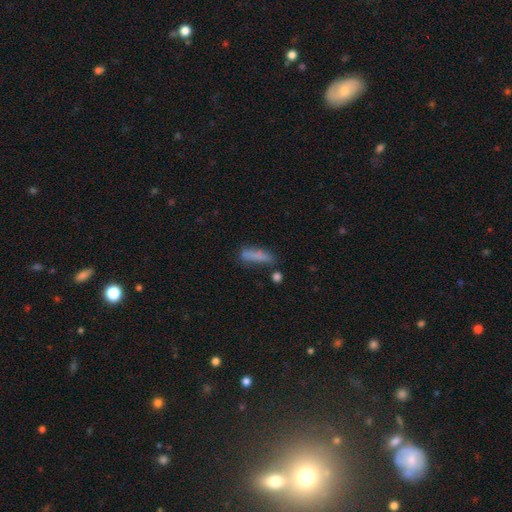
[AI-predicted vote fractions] smooth-or-featured: smooth: 78% | featured or disk: 13% | star or artifact: 10%
  how-rounded: cigar-shaped: 66% | in between: 32% | round: 2%
  merging: none: 59% | minor disturbance: 23% | merger: 9% | major disturbance: 9%